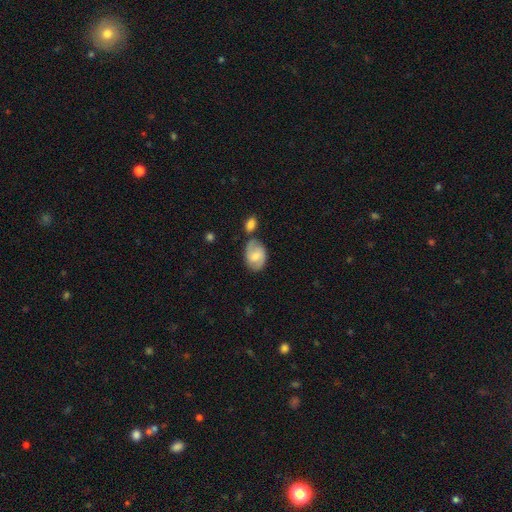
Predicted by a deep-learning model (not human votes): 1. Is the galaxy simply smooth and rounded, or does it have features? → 49% featured or disk, 44% smooth, 7% star or artifact.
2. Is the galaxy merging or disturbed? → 61% none, 19% minor disturbance, 15% merger, 5% major disturbance.